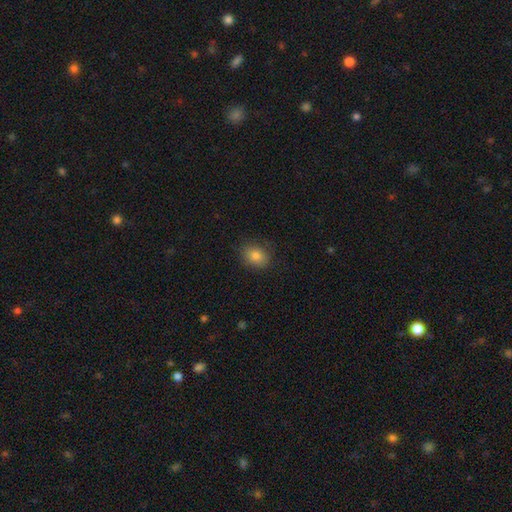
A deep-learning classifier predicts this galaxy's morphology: A smooth galaxy with no disk features (82%) that is round (52%). Merging: none (82%).